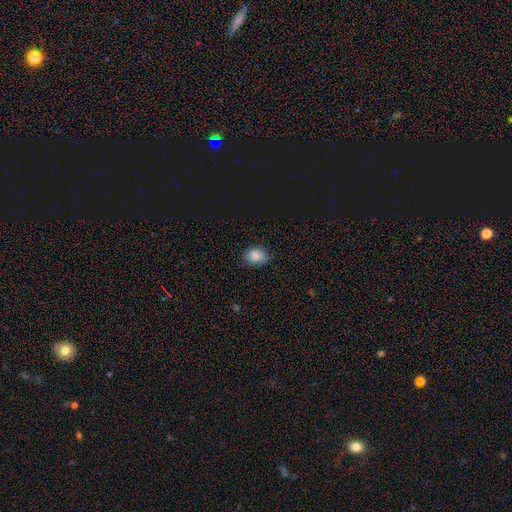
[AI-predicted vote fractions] Q: Smooth or featured?
A: smooth (85%); runner-up: star or artifact (9%)
Q: How rounded?
A: in between (58%); runner-up: round (40%)
Q: Merging?
A: none (75%); runner-up: minor disturbance (20%)